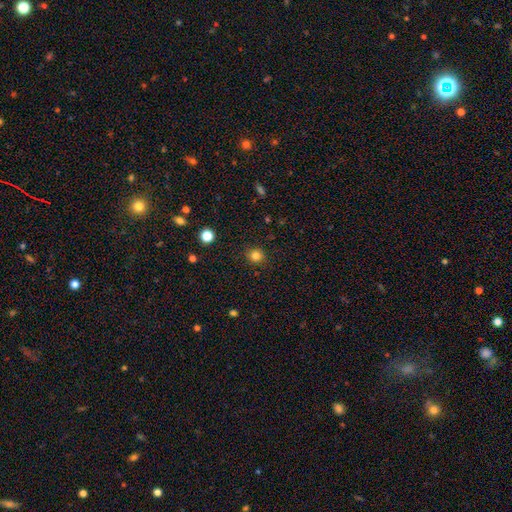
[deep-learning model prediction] Smooth or featured: smooth — 82% (star or artifact — 13%)
How rounded: round — 92% (in between — 8%)
Merging: none — 90% (minor disturbance — 6%)